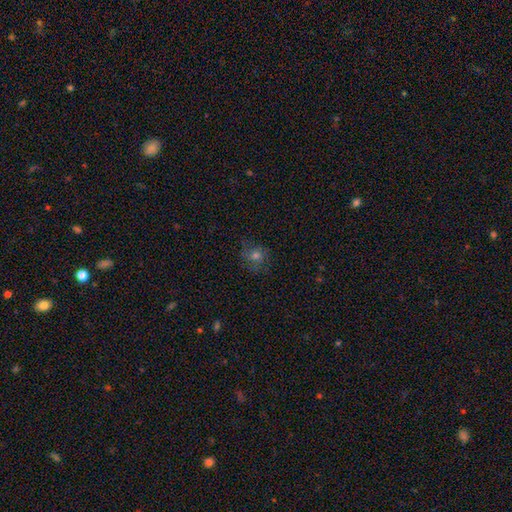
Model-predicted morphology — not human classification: The model was most divided on "smooth or featured": smooth: 50%, featured or disk: 28%, star or artifact: 22%. More confident: how rounded — round (80%); merging — none (71%).